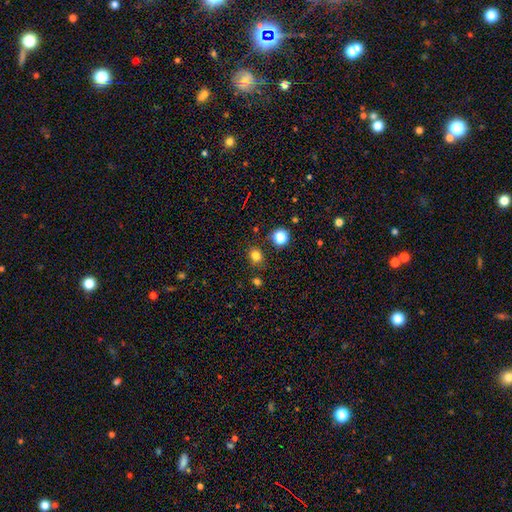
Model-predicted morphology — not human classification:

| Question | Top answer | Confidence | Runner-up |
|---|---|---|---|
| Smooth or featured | smooth | 78% | star or artifact (17%) |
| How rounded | round | 67% | in between (32%) |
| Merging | none | 82% | minor disturbance (10%) |